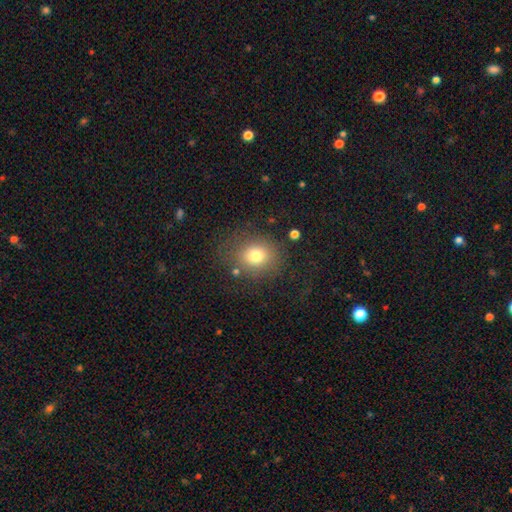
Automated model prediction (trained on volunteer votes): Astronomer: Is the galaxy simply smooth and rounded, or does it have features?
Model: smooth — 76%.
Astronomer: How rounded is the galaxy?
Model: round — 72%.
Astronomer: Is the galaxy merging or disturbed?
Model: none — 75%.